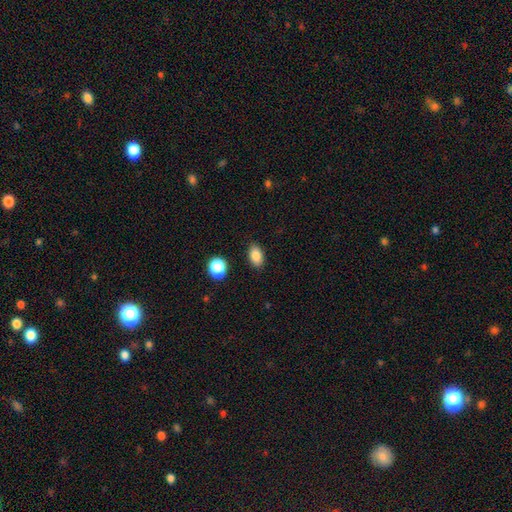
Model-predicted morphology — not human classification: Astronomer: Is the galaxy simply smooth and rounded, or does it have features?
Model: smooth — 85%.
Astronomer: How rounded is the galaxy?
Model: in between — 88%.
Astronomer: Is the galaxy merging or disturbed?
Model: none — 87%.